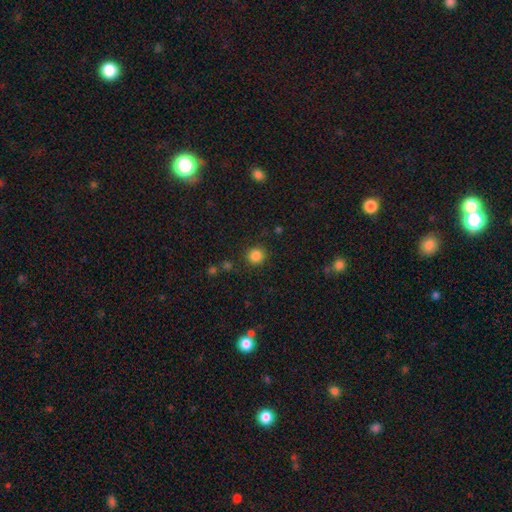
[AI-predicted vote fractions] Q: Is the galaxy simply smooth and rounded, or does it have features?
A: smooth — 84%.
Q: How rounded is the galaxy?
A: round — 92%.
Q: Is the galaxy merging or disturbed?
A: none — 87%.